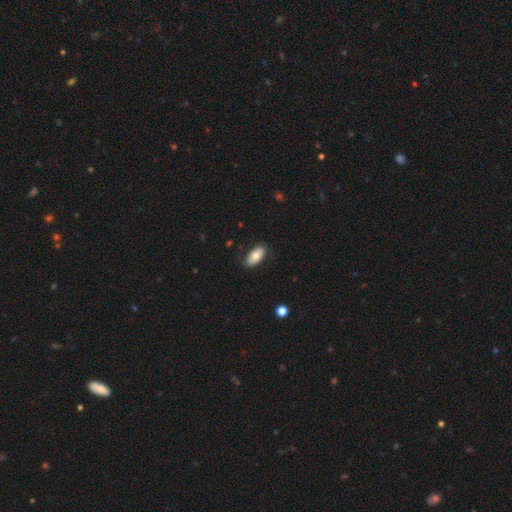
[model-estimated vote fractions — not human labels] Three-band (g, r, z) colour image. It shows a smooth galaxy with no disk features (74%) that is in between round and cigar-shaped (92%). Merging: none (81%).